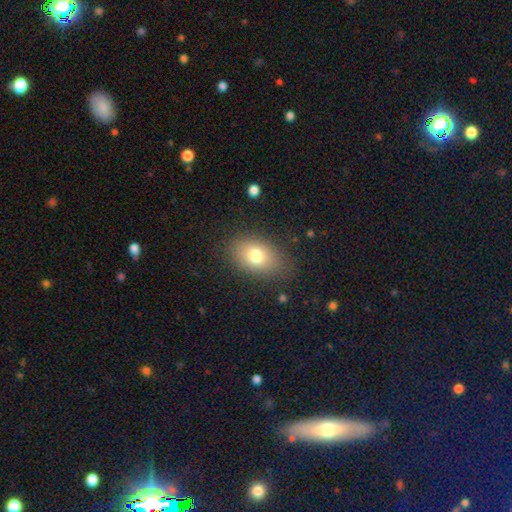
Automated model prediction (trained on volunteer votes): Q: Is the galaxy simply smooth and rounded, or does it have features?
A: smooth — 76%.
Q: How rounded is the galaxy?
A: in between — 80%.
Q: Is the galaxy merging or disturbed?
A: none — 80%.